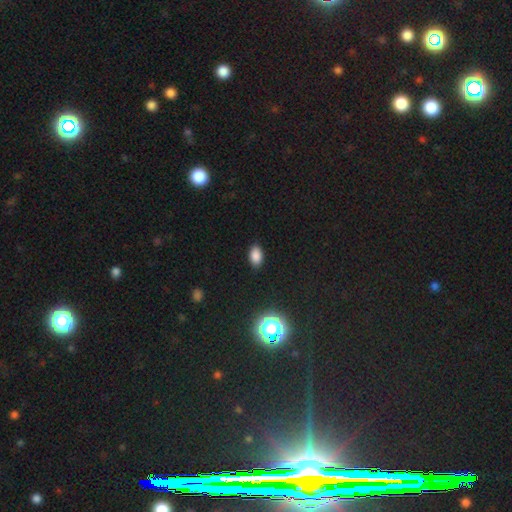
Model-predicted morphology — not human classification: smooth_or_featured: smooth (p=0.81) [alt: star or artifact p=0.14]
how_rounded: in between (p=0.90) [alt: round p=0.08]
merging: none (p=0.87) [alt: minor disturbance p=0.10]